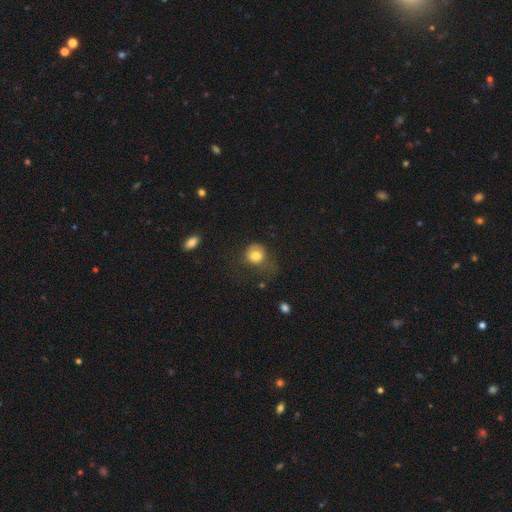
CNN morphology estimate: smooth-or-featured: smooth: 78% | featured or disk: 12% | star or artifact: 10%
  how-rounded: round: 75% | in between: 24% | cigar-shaped: 1%
  merging: none: 36% | major disturbance: 34% | minor disturbance: 27% | merger: 3%